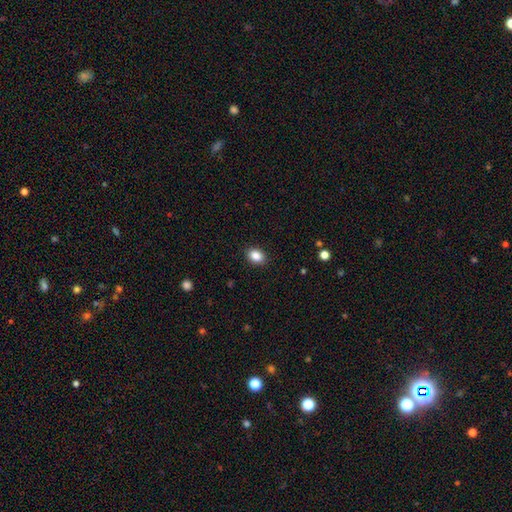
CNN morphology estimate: This appears to be a smooth galaxy with no disk features (87%) that is in between round and cigar-shaped (69%). Merging: none (90%).